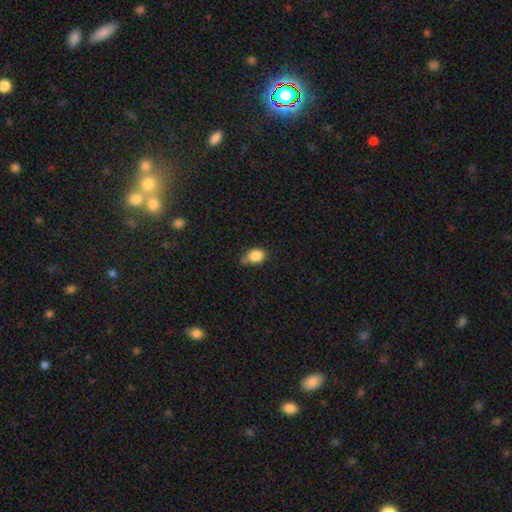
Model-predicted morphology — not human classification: Overall: smooth (85%). How rounded: round (51%; in between 47%). Merging: none (52%; minor disturbance 33%).